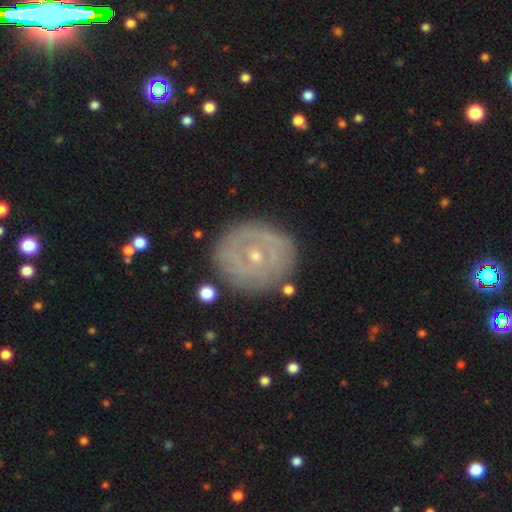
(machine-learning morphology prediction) A featured or disk galaxy (66%) with no bar (64%), spiral arms (59%) and a small central bulge (75%).

Vote fractions:
- Smooth or featured? featured or disk: 66% / smooth: 24% / star or artifact: 9%
- Edge-on disk? no: 96% / yes: 4%
- Bar? no: 64% / weak: 26% / strong: 9%
- Spiral arms? yes: 59% / no: 41%
- Bulge size? small: 75% / moderate: 22% / none: 1% / large: 1% / dominant: 1%
- Merging? none: 83% / minor disturbance: 11% / major disturbance: 3% / merger: 2%